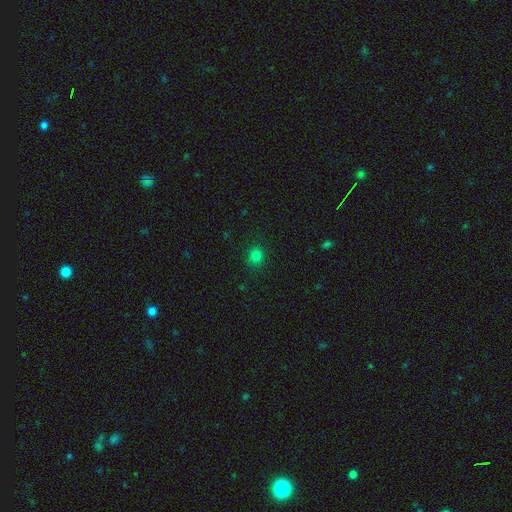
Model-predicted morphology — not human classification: smooth_or_featured: smooth (p=0.80) [alt: star or artifact p=0.16]
how_rounded: round (p=0.85) [alt: in between p=0.14]
merging: none (p=0.89) [alt: minor disturbance p=0.07]